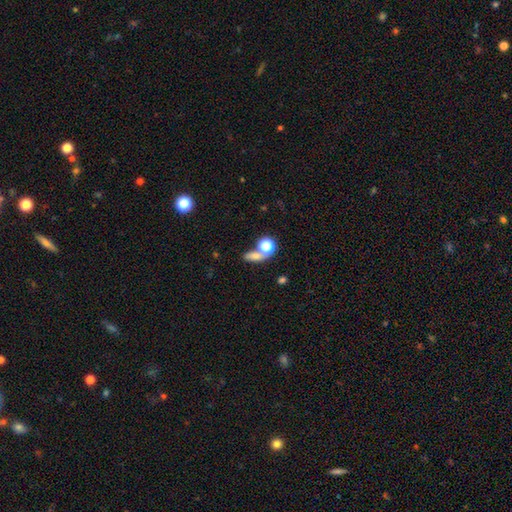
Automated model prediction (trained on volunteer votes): Smooth or featured? Predicted: smooth (p=0.69). How rounded? Predicted: in between (p=0.52). Merging? Predicted: none (p=0.41).